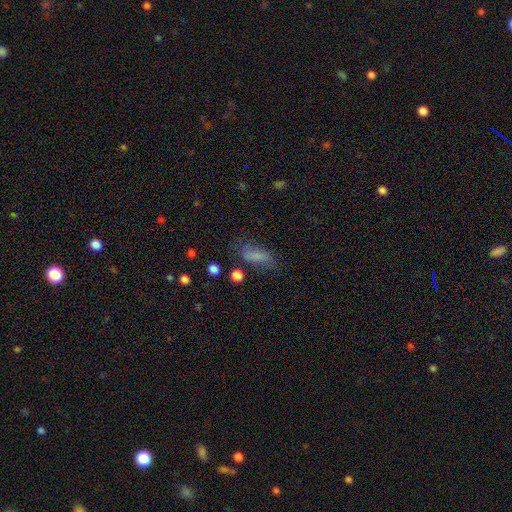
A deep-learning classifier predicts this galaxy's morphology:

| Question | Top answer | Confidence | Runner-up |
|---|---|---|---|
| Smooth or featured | smooth | 71% | featured or disk (17%) |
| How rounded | in between | 81% | cigar-shaped (14%) |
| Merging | none | 61% | minor disturbance (23%) |